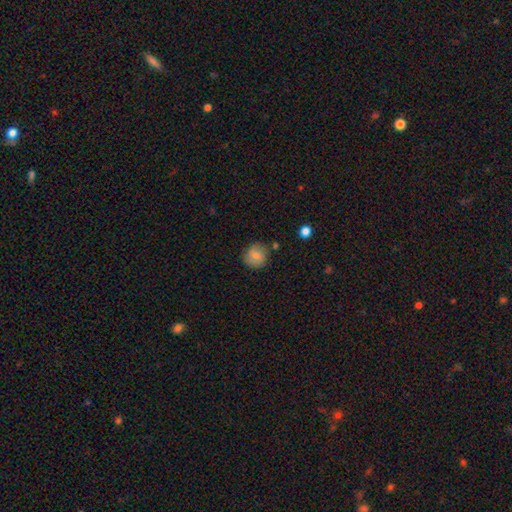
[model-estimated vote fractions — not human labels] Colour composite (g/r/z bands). It shows a smooth galaxy with no disk features (74%) that is round (90%). Merging: none (80%).